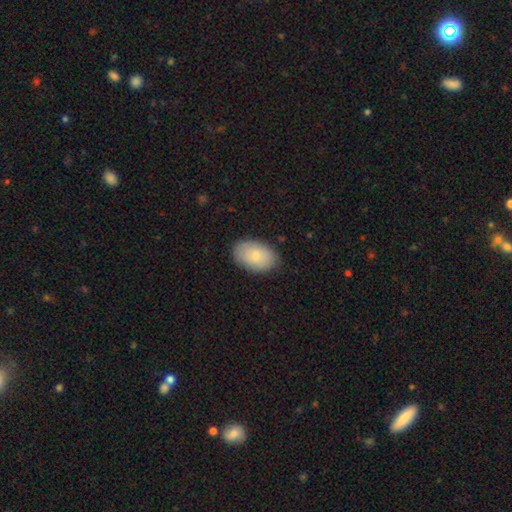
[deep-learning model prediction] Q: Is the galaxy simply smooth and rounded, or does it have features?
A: smooth — 79%.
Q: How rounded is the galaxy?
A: in between — 89%.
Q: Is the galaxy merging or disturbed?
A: none — 84%.